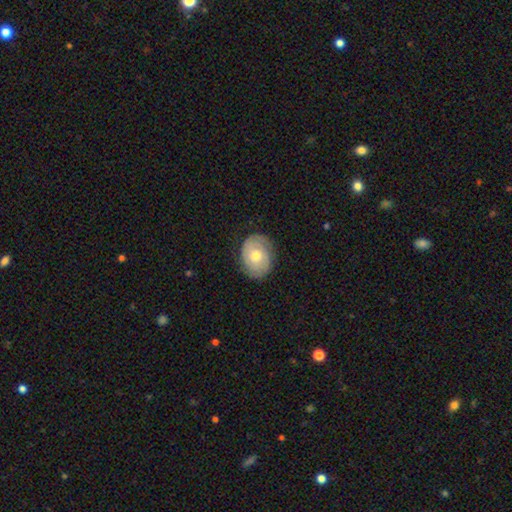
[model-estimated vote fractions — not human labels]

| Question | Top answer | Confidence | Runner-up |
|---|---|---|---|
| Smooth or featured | featured or disk | 56% | smooth (38%) |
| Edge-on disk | no | 96% | yes (4%) |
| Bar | no | 80% | weak (17%) |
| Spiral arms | yes | 80% | no (20%) |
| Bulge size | moderate | 62% | small (32%) |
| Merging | none | 79% | minor disturbance (15%) |